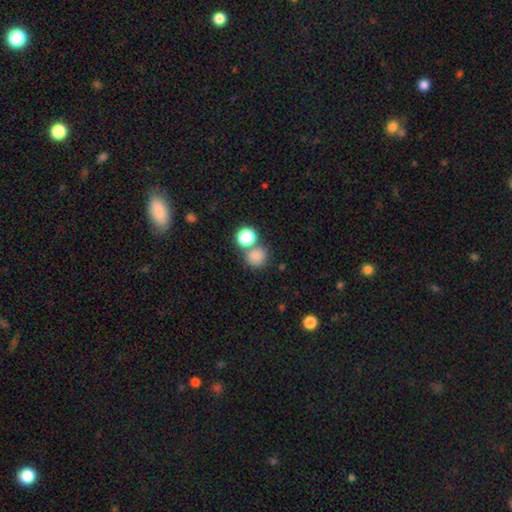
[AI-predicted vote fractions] Smooth or featured: smooth — 79% (star or artifact — 14%)
How rounded: round — 86% (in between — 13%)
Merging: none — 61% (merger — 27%)